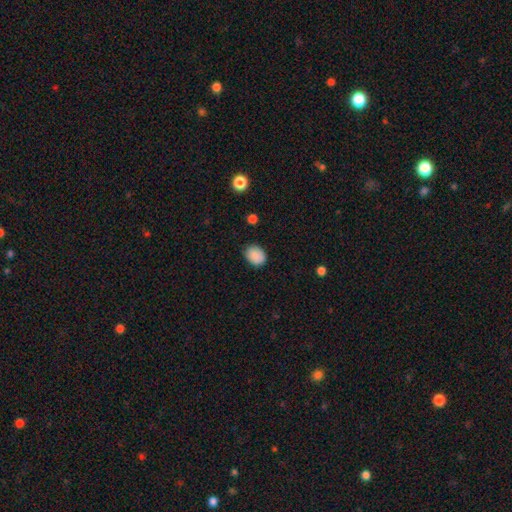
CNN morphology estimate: This appears to be a smooth galaxy with no disk features (88%) that is in between round and cigar-shaped (56%). Merging: none (83%).